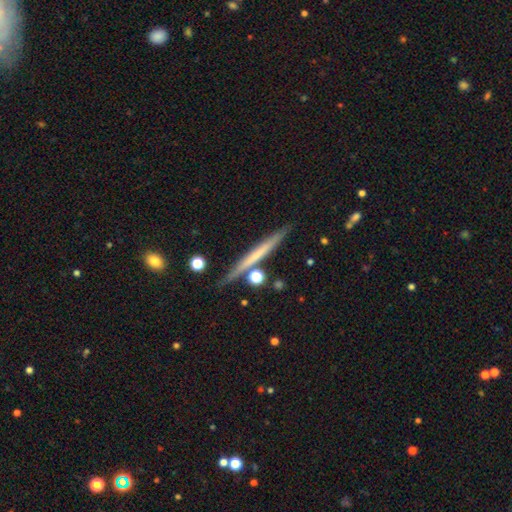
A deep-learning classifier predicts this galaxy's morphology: Smooth or featured?
  - featured or disk: 48% *
  - smooth: 45%
  - star or artifact: 7%
Merging?
  - none: 84% *
  - minor disturbance: 9%
  - merger: 5%
  - major disturbance: 2%